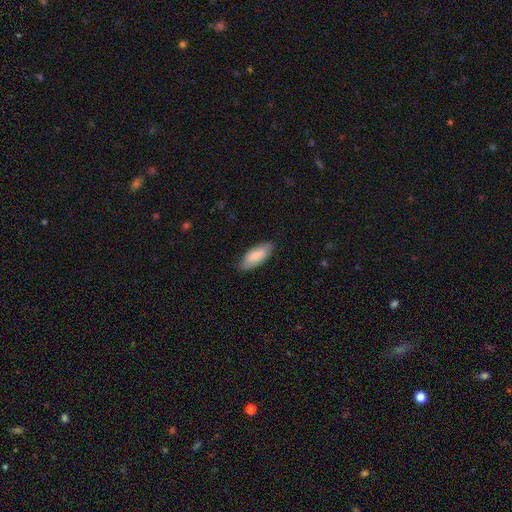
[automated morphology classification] Q: Smooth or featured?
A: smooth (79%); runner-up: featured or disk (15%)
Q: How rounded?
A: in between (82%); runner-up: cigar-shaped (16%)
Q: Merging?
A: none (83%); runner-up: minor disturbance (14%)